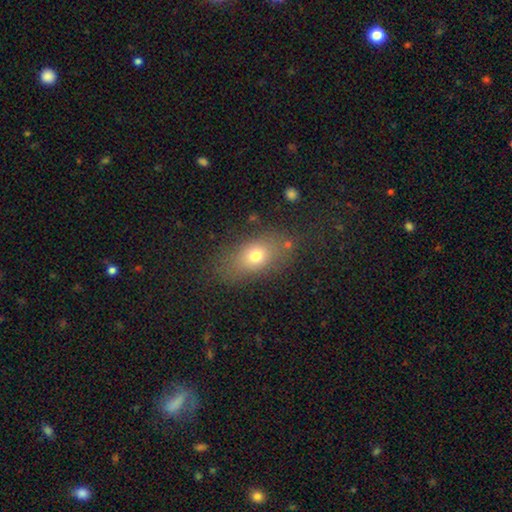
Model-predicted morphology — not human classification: type=smooth (71%); roundness=in between (75%); merging=none (72%).